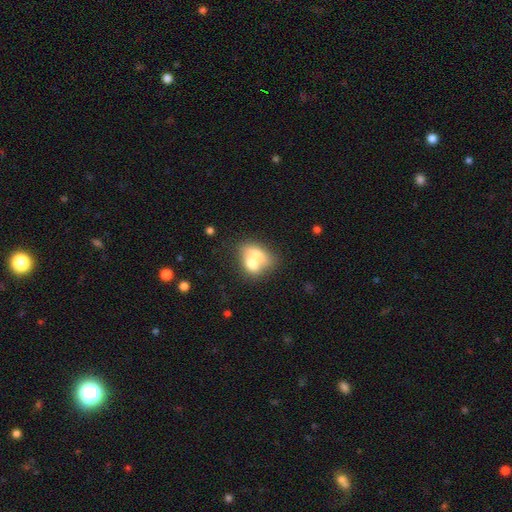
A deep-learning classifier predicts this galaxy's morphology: Q: Smooth or featured?
A: smooth (67%); runner-up: featured or disk (26%)
Q: How rounded?
A: in between (73%); runner-up: round (23%)
Q: Merging?
A: merger (69%); runner-up: none (19%)